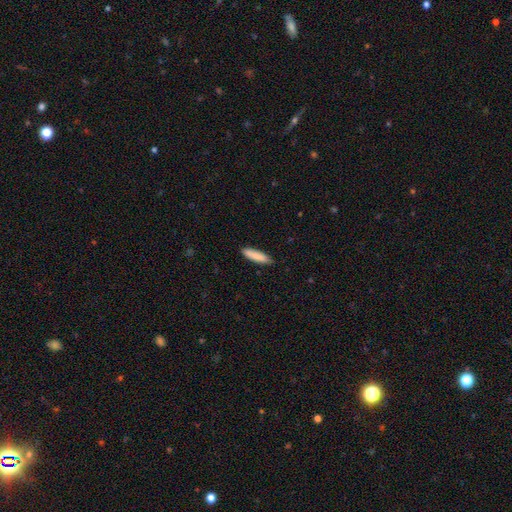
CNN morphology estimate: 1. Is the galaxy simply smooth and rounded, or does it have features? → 87% smooth, 7% featured or disk, 6% star or artifact.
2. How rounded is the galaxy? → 75% cigar-shaped, 24% in between, 1% round.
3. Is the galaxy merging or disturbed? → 86% none, 11% minor disturbance, 2% major disturbance, 1% merger.